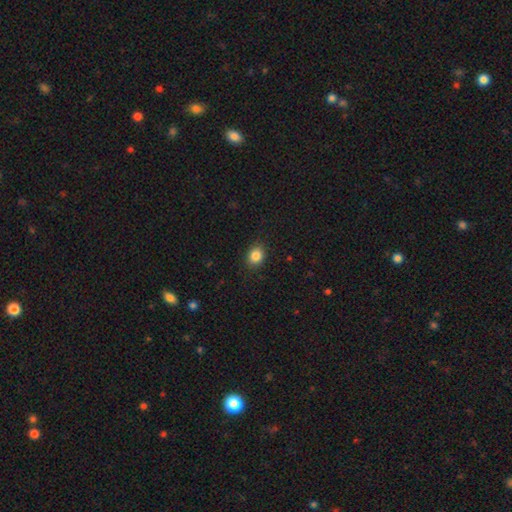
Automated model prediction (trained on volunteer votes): Overall: smooth (85%). How rounded: round (53%; in between 46%). Merging: none (88%).